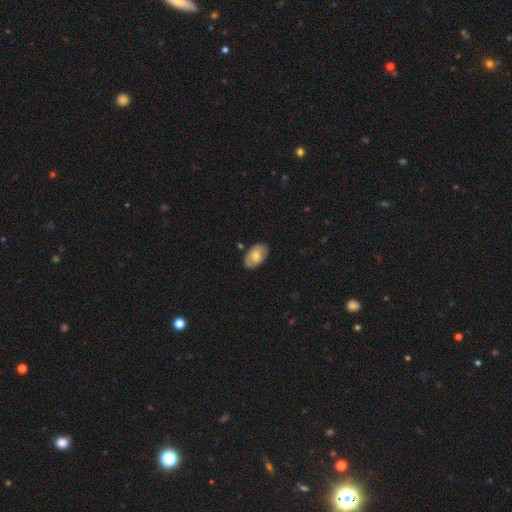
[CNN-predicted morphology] Smooth or featured? smooth (57%)
How rounded? in between (91%)
Merging? none (79%)